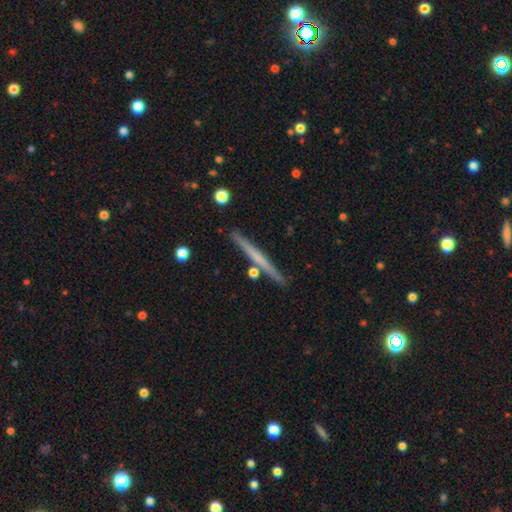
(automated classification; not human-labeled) This appears to be a featured or disk galaxy (49%). Merging: none (88%).